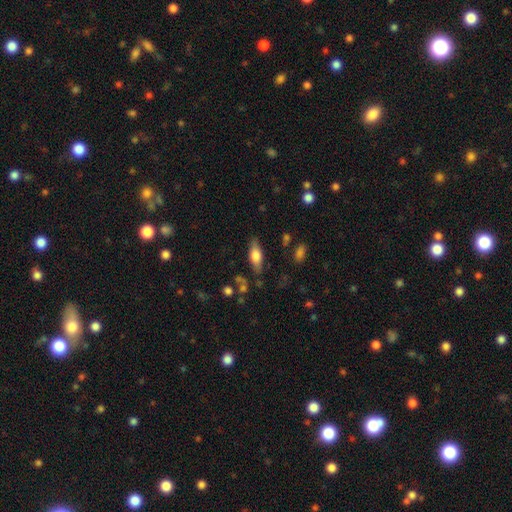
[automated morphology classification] smooth-or-featured: smooth: 63% | featured or disk: 31% | star or artifact: 7%
  how-rounded: in between: 70% | cigar-shaped: 27% | round: 3%
  merging: none: 79% | minor disturbance: 15% | major disturbance: 4% | merger: 3%